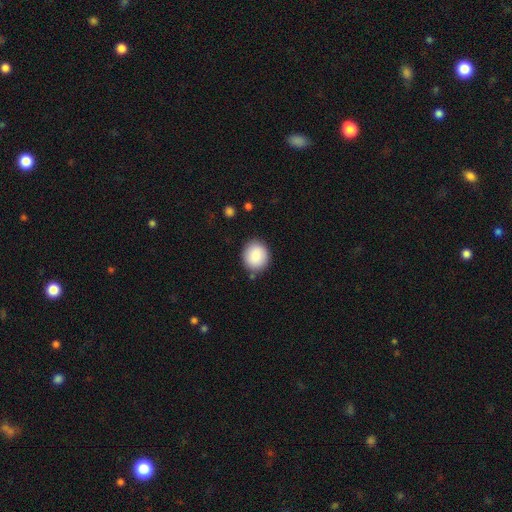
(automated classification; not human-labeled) Smooth or featured? smooth (87%)
How rounded? round (78%)
Merging? none (85%)